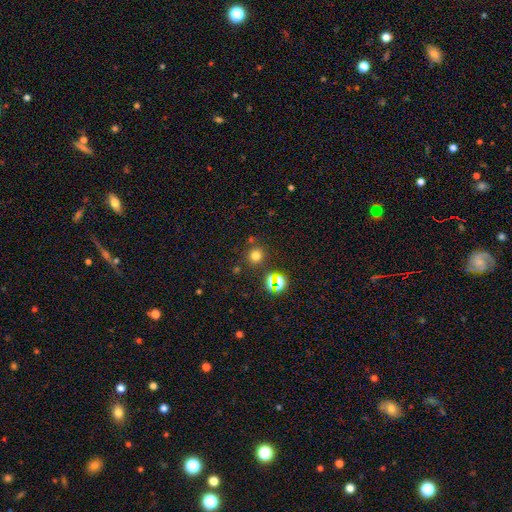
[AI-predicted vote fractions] A smooth galaxy with no disk features (69%) that is round (92%). Merging: none (82%).